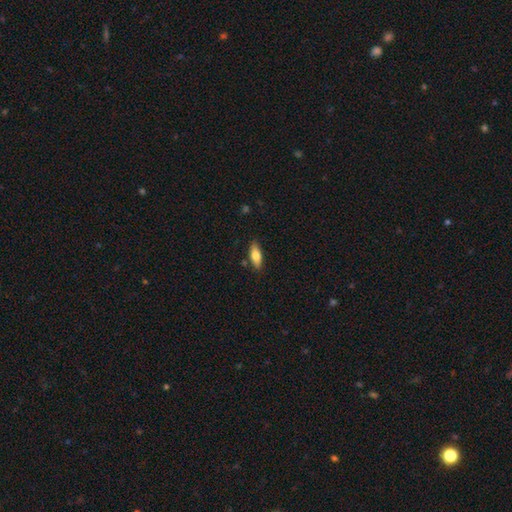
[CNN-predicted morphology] A smooth galaxy with no disk features (73%) that is in between round and cigar-shaped (73%).

Vote fractions:
- Smooth or featured? smooth: 73% / featured or disk: 21% / star or artifact: 6%
- How rounded? in between: 73% / cigar-shaped: 24% / round: 3%
- Merging? none: 83% / minor disturbance: 12% / merger: 3% / major disturbance: 2%